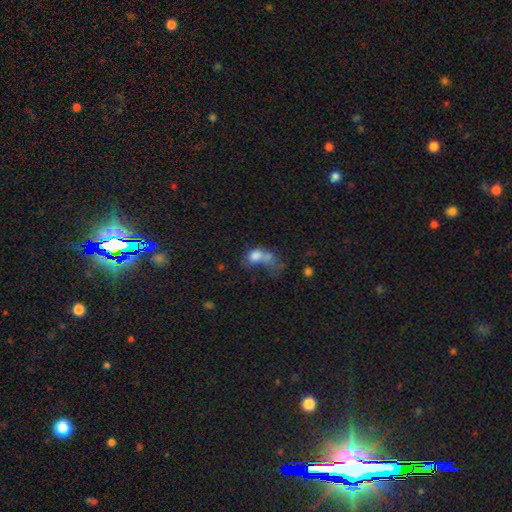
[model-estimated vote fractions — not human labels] Smooth or featured: smooth — 67% (featured or disk — 21%)
How rounded: in between — 75% (round — 23%)
Merging: merger — 45% (major disturbance — 31%)